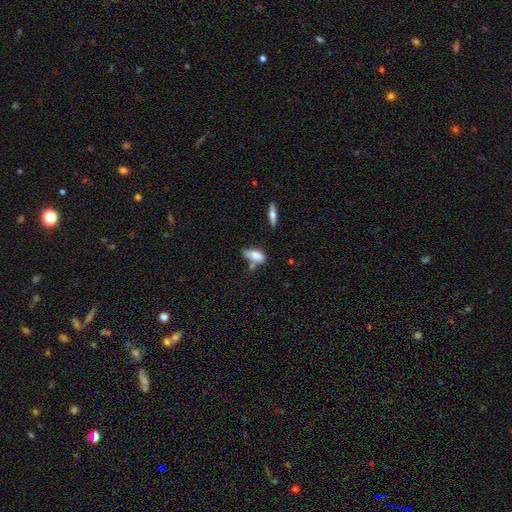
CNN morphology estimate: smooth_or_featured: smooth (p=0.77) [alt: featured or disk p=0.15]
how_rounded: in between (p=0.82) [alt: cigar-shaped p=0.15]
merging: none (p=0.39) [alt: minor disturbance p=0.28]